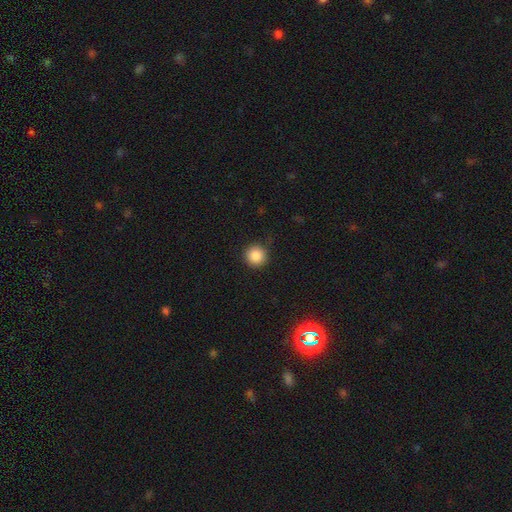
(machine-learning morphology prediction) Overall: smooth (87%). How rounded: round (95%). Merging: none (89%).